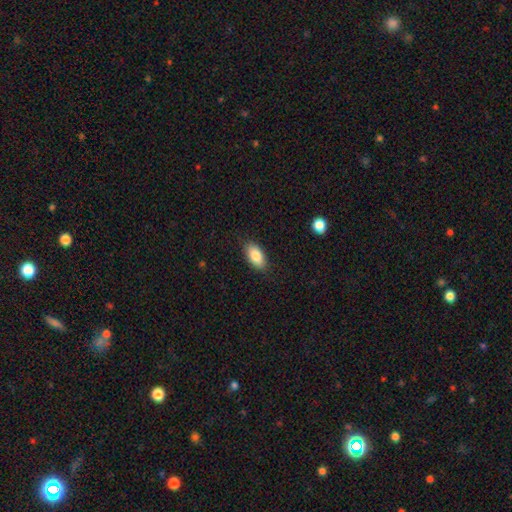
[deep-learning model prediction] Overall: smooth (85%). How rounded: in between (92%). Merging: none (86%).